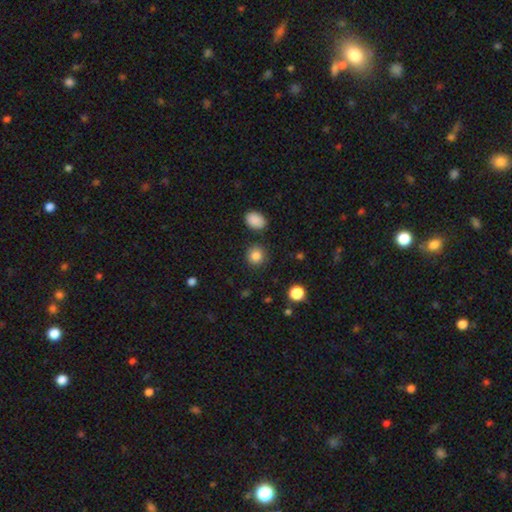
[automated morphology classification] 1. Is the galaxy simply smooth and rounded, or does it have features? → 85% smooth, 11% star or artifact, 4% featured or disk.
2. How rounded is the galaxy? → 87% round, 12% in between, 1% cigar-shaped.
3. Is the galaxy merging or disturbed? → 86% none, 8% minor disturbance, 3% merger, 3% major disturbance.